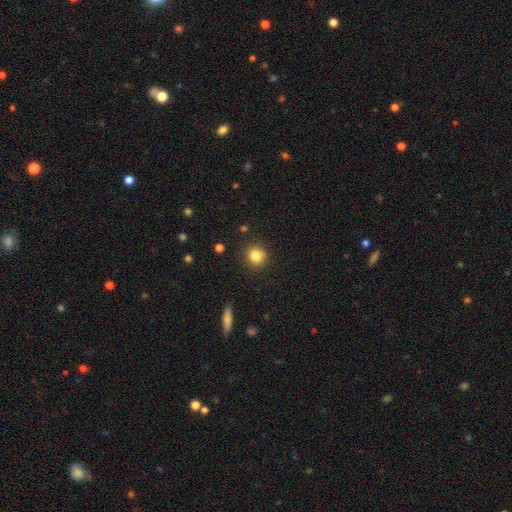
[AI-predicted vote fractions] Smooth or featured: smooth — 82% (star or artifact — 11%)
How rounded: round — 87% (in between — 12%)
Merging: none — 87% (minor disturbance — 8%)